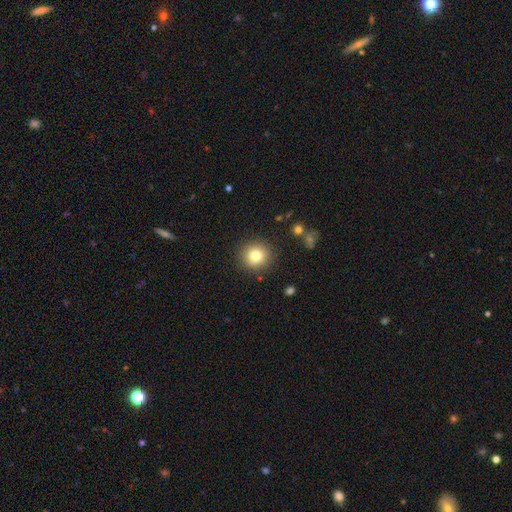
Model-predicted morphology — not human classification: The model was most divided on "smooth or featured": smooth: 79%, star or artifact: 12%, featured or disk: 9%. More confident: how rounded — round (93%); merging — none (89%).